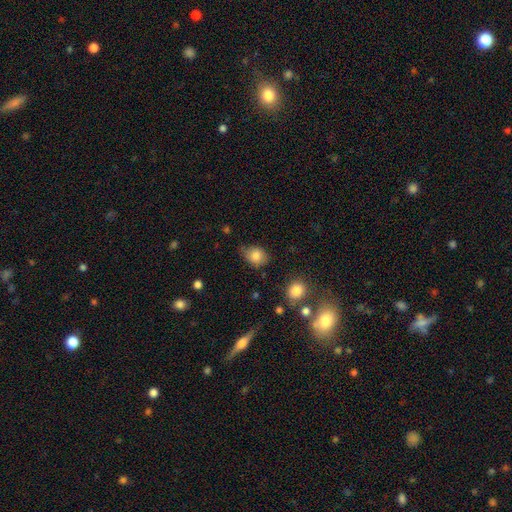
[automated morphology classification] smooth 83%, star or artifact 9%, featured or disk 8%. Down the decision tree: how rounded — in between (61%); merging — none (59%).